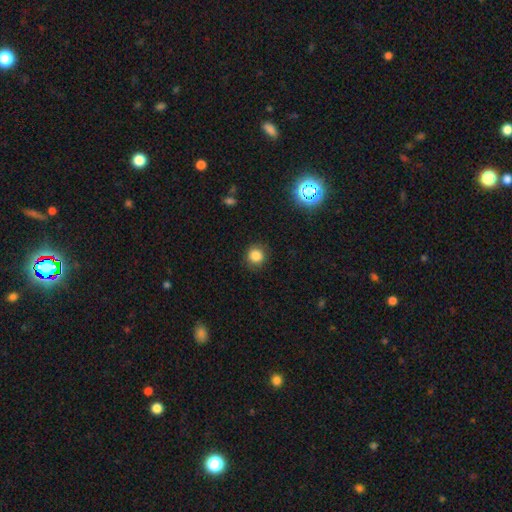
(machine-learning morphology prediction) A smooth galaxy with no disk features (83%) that is round (92%).

Vote fractions:
- Smooth or featured? smooth: 83% / star or artifact: 13% / featured or disk: 4%
- How rounded? round: 92% / in between: 7% / cigar-shaped: 1%
- Merging? none: 89% / minor disturbance: 8% / major disturbance: 2% / merger: 1%